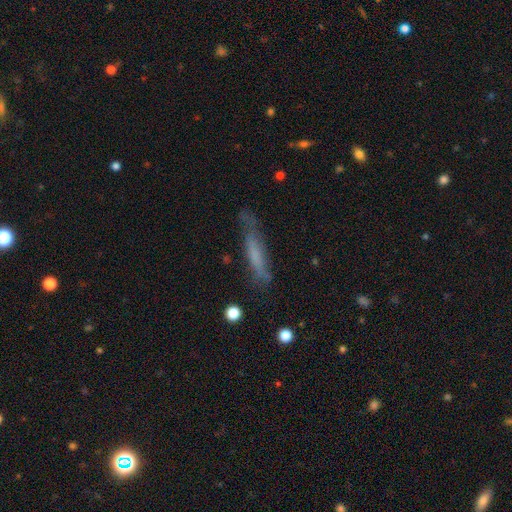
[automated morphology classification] The model was most divided on "smooth or featured": smooth: 56%, featured or disk: 35%, star or artifact: 9%. More confident: how rounded — cigar-shaped (87%); merging — none (64%).